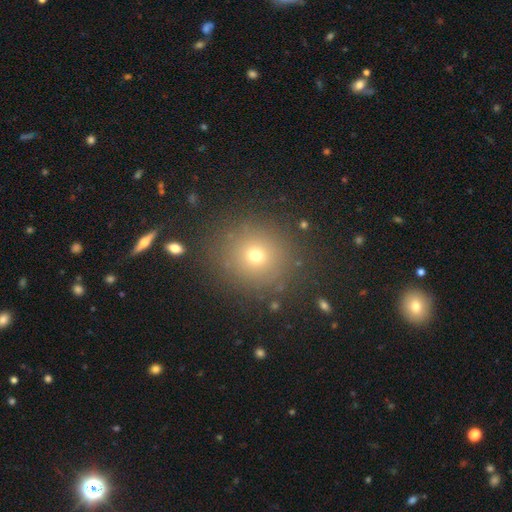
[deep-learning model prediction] Smooth or featured? Predicted: smooth (p=0.68). How rounded? Predicted: round (p=0.90). Merging? Predicted: none (p=0.87).